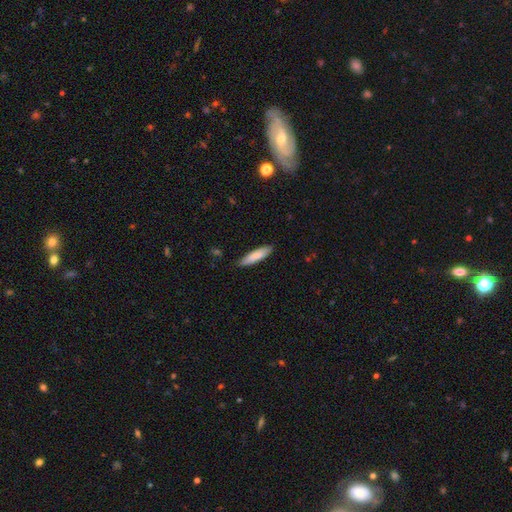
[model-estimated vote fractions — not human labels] This appears to be a smooth galaxy with no disk features (84%) that is cigar-shaped (72%). Merging: none (83%).